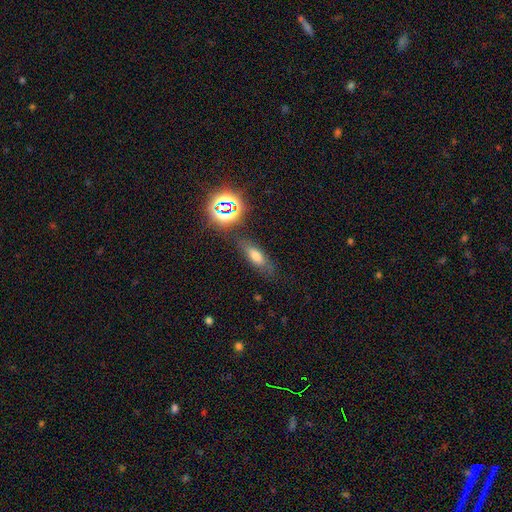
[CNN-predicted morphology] This appears to be a smooth galaxy with no disk features (63%) that is in between round and cigar-shaped (60%). Merging: none (72%).